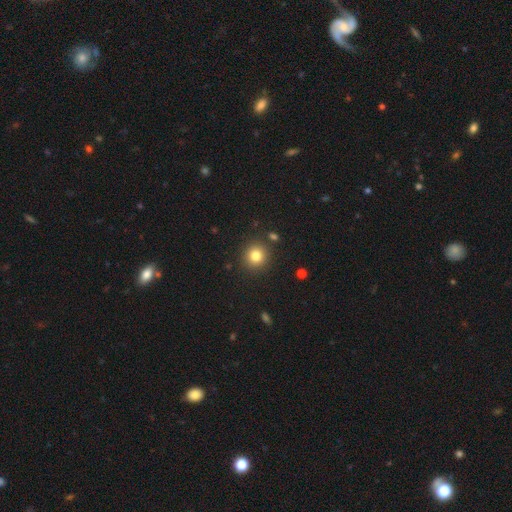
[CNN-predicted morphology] Smooth or featured? smooth (80%)
How rounded? round (91%)
Merging? none (88%)